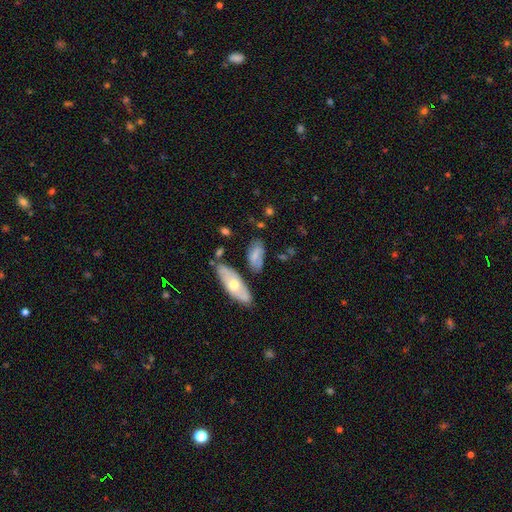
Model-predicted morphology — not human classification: type=smooth (63%); roundness=in between (85%); merging=none (63%).